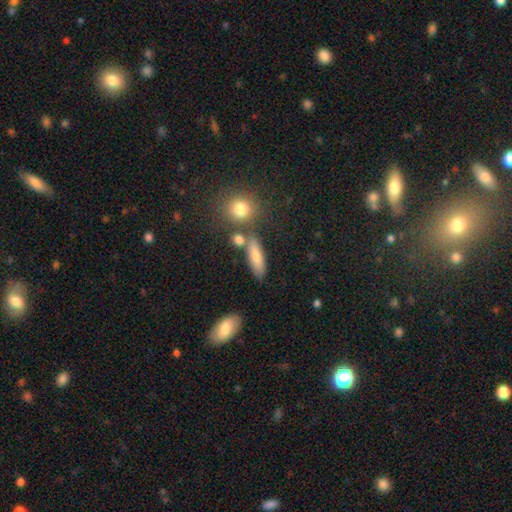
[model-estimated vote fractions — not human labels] The model was most divided on "how rounded": cigar-shaped: 49%, in between: 42%, round: 10%. More confident: smooth or featured — smooth (76%); merging — none (69%).